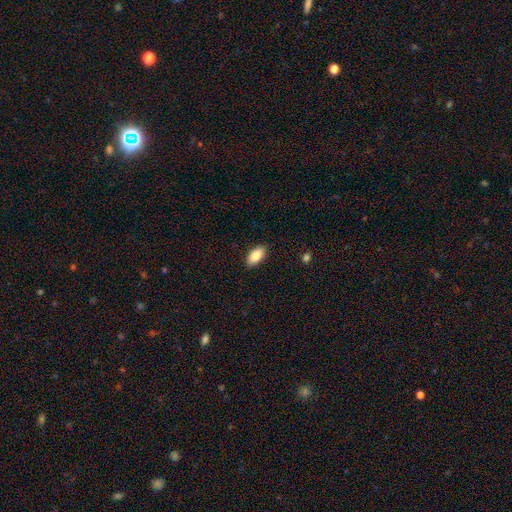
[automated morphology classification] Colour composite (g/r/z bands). It shows a smooth galaxy with no disk features (83%) that is in between round and cigar-shaped (92%). Merging: none (89%).